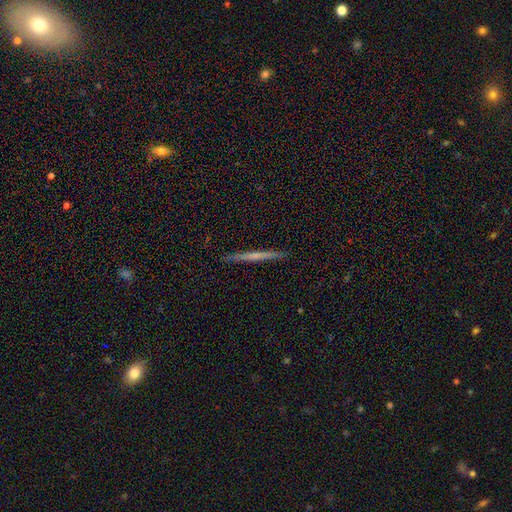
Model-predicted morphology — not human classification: type=featured or disk (52%); edge-on=yes (97%); edge-on bulge=none (77%); merging=none (92%).